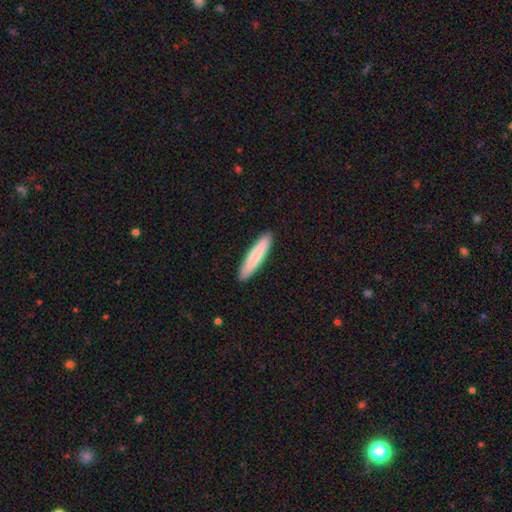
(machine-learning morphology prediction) smooth 81%, featured or disk 14%, star or artifact 5%. Down the decision tree: how rounded — cigar-shaped (90%); merging — none (91%).